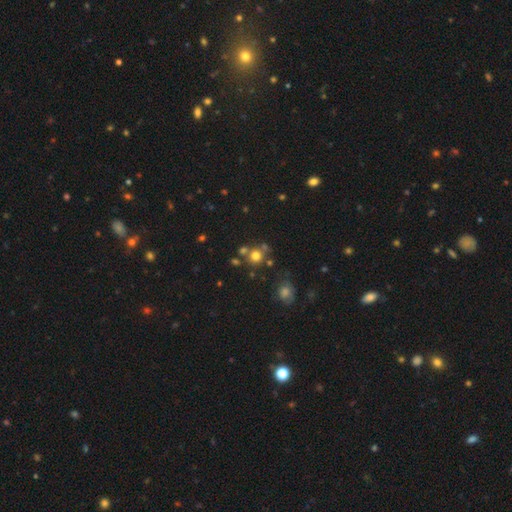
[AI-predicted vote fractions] Smooth or featured? Predicted: smooth (p=0.70). How rounded? Predicted: round (p=0.89). Merging? Predicted: none (p=0.65).